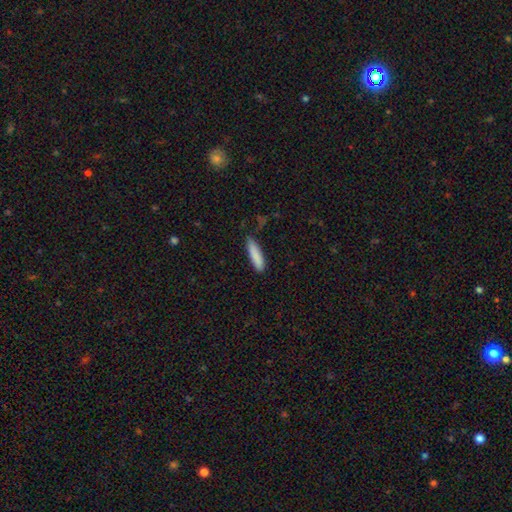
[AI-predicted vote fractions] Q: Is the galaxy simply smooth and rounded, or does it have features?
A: smooth — 87%.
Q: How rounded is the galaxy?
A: cigar-shaped — 74%.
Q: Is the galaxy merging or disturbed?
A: none — 80%.